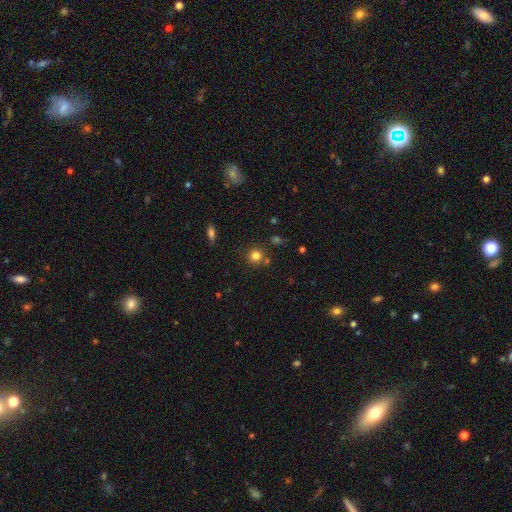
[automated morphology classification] smooth_or_featured: smooth (p=0.80) [alt: star or artifact p=0.14]
how_rounded: round (p=0.90) [alt: in between p=0.09]
merging: none (p=0.79) [alt: merger p=0.09]